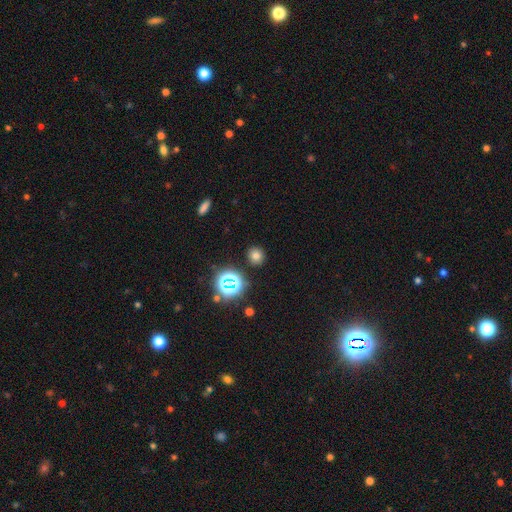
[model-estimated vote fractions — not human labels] Smooth or featured? smooth (71%)
How rounded? round (81%)
Merging? none (88%)